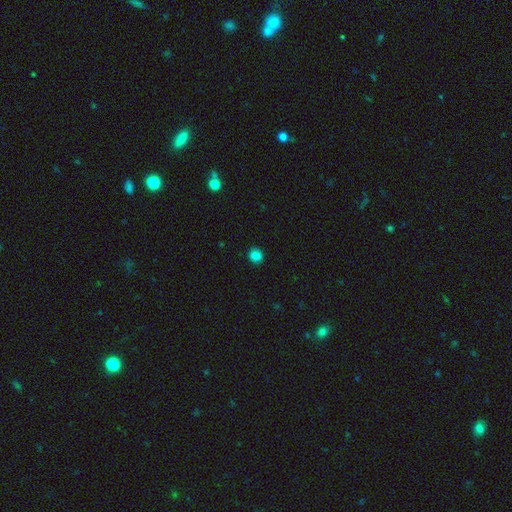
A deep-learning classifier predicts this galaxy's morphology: Q: Smooth or featured?
A: smooth (85%); runner-up: star or artifact (12%)
Q: How rounded?
A: round (81%); runner-up: in between (18%)
Q: Merging?
A: none (90%); runner-up: minor disturbance (7%)